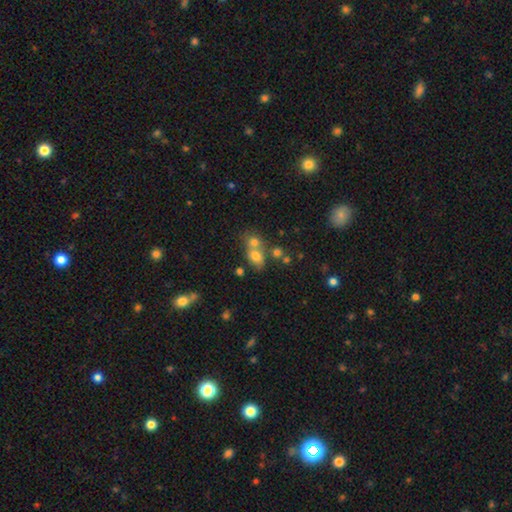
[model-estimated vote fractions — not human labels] Smooth or featured? Predicted: smooth (p=0.71). How rounded? Predicted: in between (p=0.56). Merging? Predicted: merger (p=0.53).